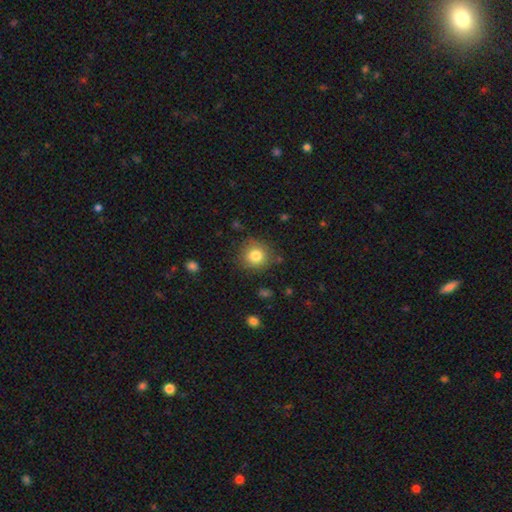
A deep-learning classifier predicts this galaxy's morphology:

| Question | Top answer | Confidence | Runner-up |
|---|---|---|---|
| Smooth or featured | smooth | 81% | star or artifact (10%) |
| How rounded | round | 89% | in between (10%) |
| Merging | none | 83% | minor disturbance (12%) |